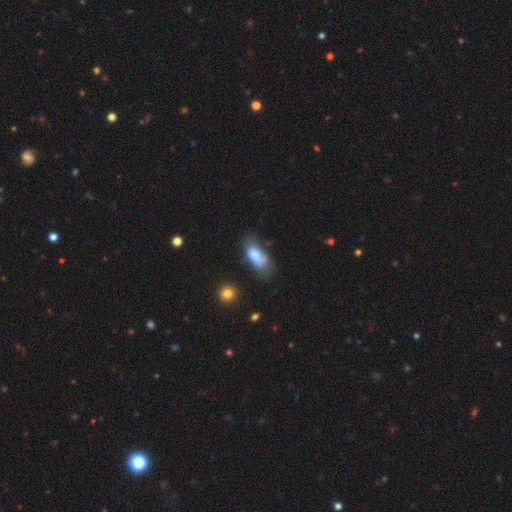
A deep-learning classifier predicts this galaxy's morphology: Smooth or featured? smooth (71%)
How rounded? in between (87%)
Merging? none (39%)